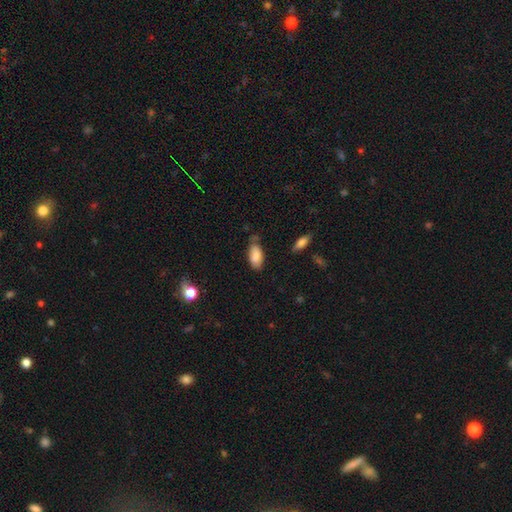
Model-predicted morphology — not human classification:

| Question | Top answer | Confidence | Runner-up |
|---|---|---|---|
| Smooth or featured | smooth | 84% | featured or disk (10%) |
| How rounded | in between | 91% | cigar-shaped (7%) |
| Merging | none | 59% | minor disturbance (30%) |